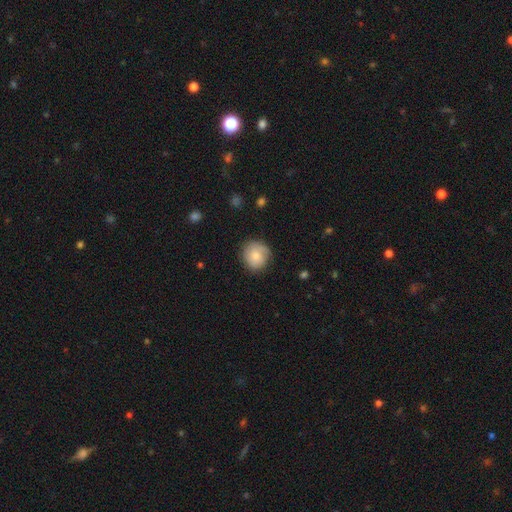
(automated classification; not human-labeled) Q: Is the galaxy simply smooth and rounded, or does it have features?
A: smooth — 73%.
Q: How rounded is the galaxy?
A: round — 89%.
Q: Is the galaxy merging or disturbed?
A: none — 76%.